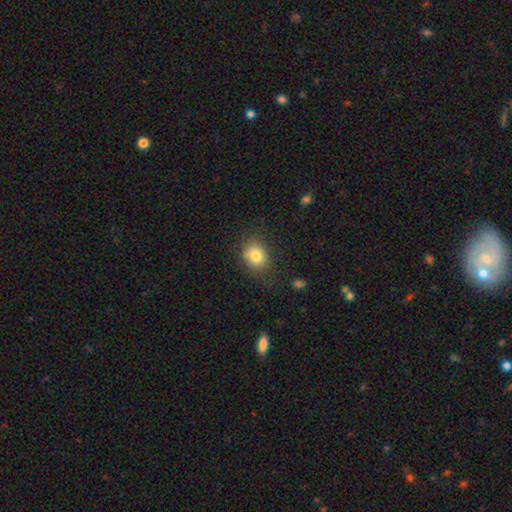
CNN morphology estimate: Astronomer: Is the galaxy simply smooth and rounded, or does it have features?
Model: smooth — 81%.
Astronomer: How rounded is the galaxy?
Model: round — 63%.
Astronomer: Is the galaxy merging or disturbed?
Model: none — 74%.